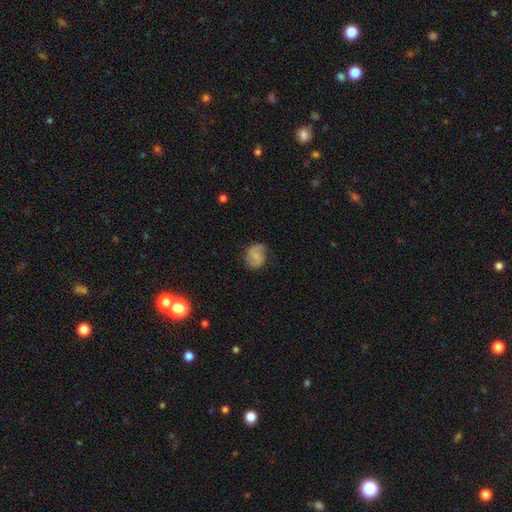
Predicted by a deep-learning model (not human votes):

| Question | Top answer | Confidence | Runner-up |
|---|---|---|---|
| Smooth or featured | smooth | 47% | featured or disk (45%) |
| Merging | none | 70% | minor disturbance (21%) |